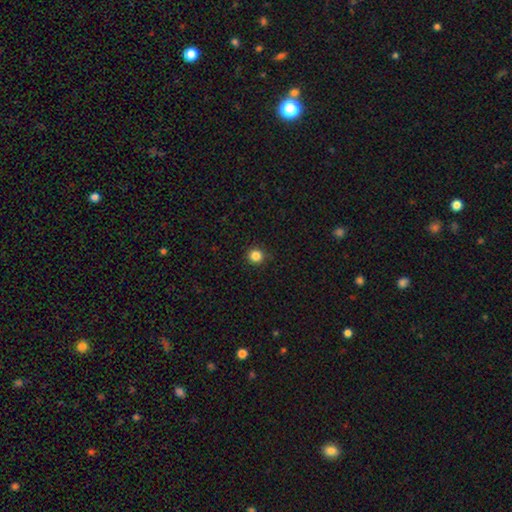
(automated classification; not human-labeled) This appears to be a smooth galaxy with no disk features (84%) that is round (95%). Merging: none (92%).